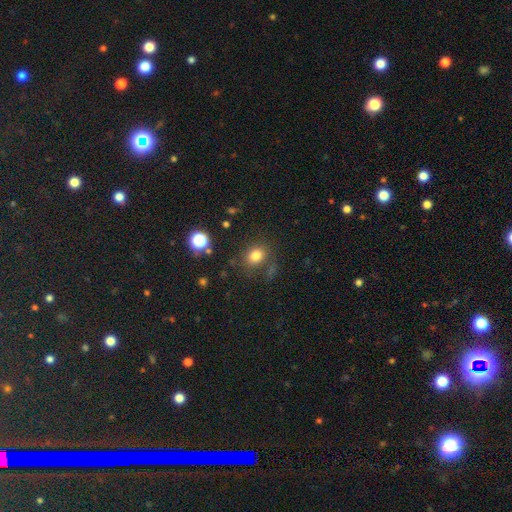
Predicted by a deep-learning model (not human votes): Smooth or featured: smooth — 78% (star or artifact — 14%)
How rounded: round — 63% (in between — 36%)
Merging: none — 74% (minor disturbance — 14%)